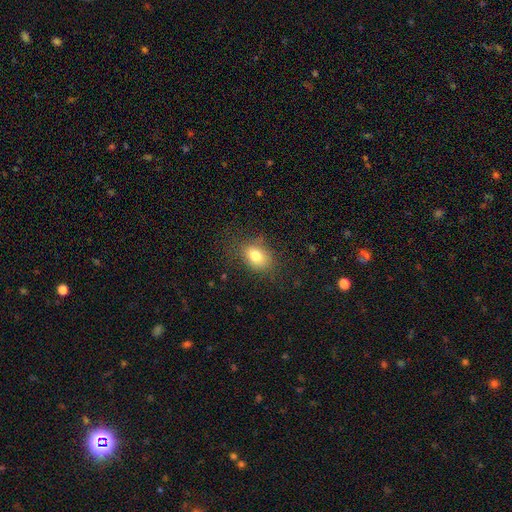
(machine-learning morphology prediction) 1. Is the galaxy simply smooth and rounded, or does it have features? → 78% smooth, 11% star or artifact, 11% featured or disk.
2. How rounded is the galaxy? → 67% in between, 31% round, 1% cigar-shaped.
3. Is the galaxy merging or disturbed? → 74% none, 18% minor disturbance, 7% major disturbance, 1% merger.